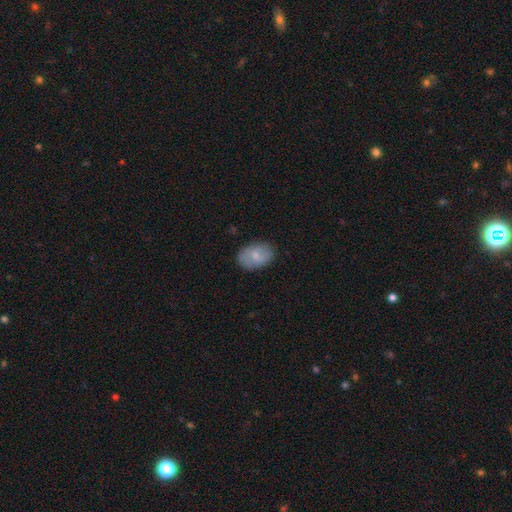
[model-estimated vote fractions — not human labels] A smooth galaxy with no disk features (67%) that is in between round and cigar-shaped (82%).

Vote fractions:
- Smooth or featured? smooth: 67% / featured or disk: 26% / star or artifact: 7%
- How rounded? in between: 82% / round: 17% / cigar-shaped: 1%
- Merging? none: 81% / minor disturbance: 15% / major disturbance: 3% / merger: 1%